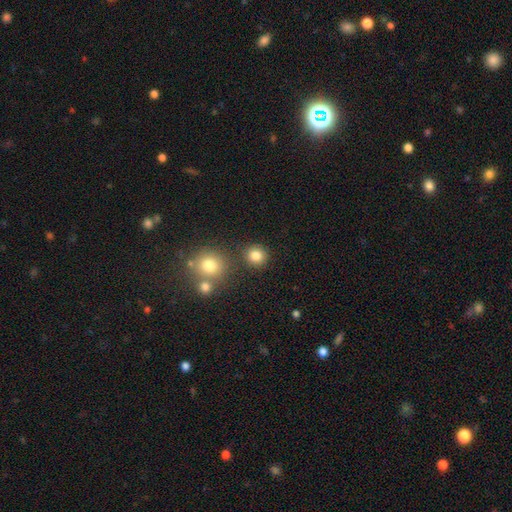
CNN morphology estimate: smooth_or_featured: smooth (p=0.83) [alt: star or artifact p=0.12]
how_rounded: round (p=0.91) [alt: in between p=0.08]
merging: none (p=0.83) [alt: minor disturbance p=0.07]